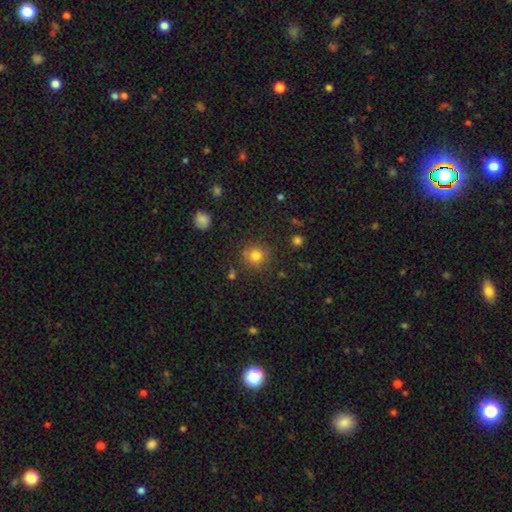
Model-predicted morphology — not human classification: smooth 80%, star or artifact 14%, featured or disk 6%. Down the decision tree: how rounded — round (91%); merging — none (83%).